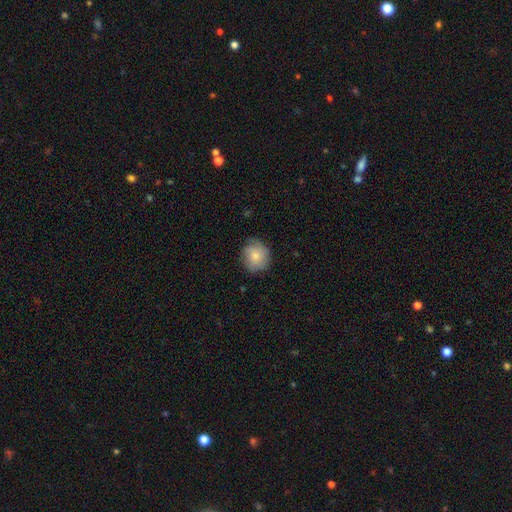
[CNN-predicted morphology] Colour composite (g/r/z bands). It shows a smooth galaxy with no disk features (74%) that is round (85%). Merging: none (68%).